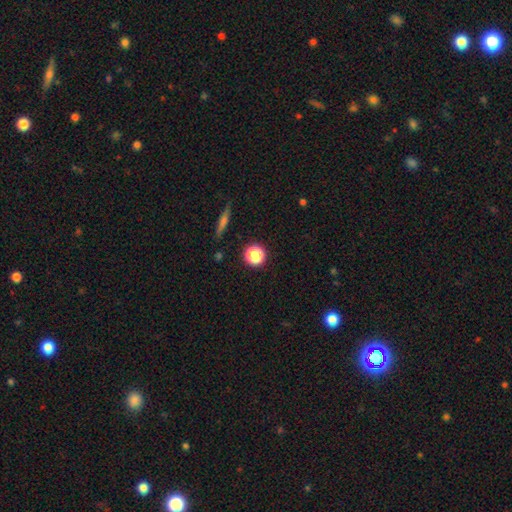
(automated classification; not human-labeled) smooth_or_featured: smooth (p=0.78) [alt: star or artifact p=0.16]
how_rounded: round (p=0.90) [alt: in between p=0.08]
merging: none (p=0.87) [alt: minor disturbance p=0.08]